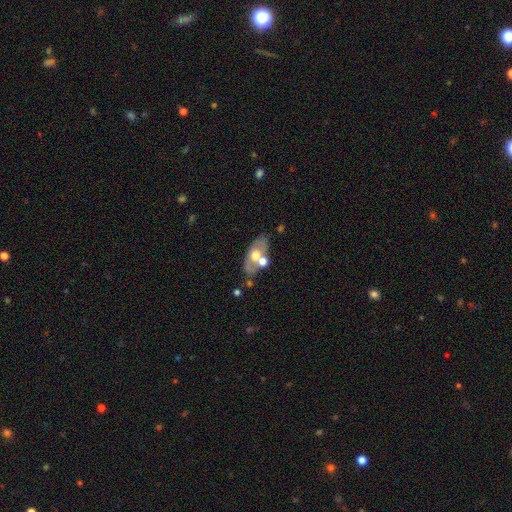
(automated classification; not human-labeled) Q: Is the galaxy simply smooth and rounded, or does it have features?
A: featured or disk — 54%.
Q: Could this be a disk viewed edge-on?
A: no — 84%.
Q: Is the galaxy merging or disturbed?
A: none — 53%.